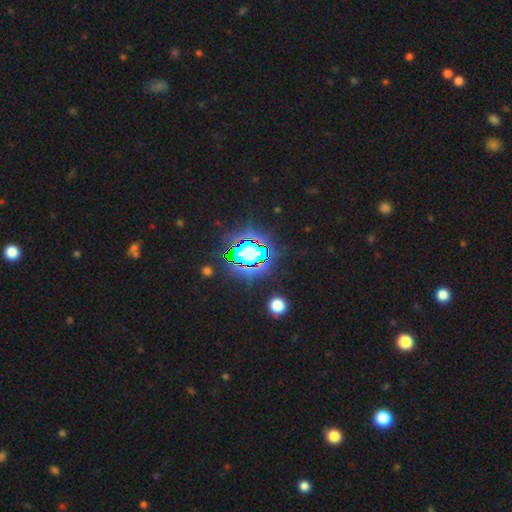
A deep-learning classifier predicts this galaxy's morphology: A star or artifact, not a galaxy (79%).

Vote fractions:
- Smooth or featured? star or artifact: 79% / smooth: 13% / featured or disk: 9%